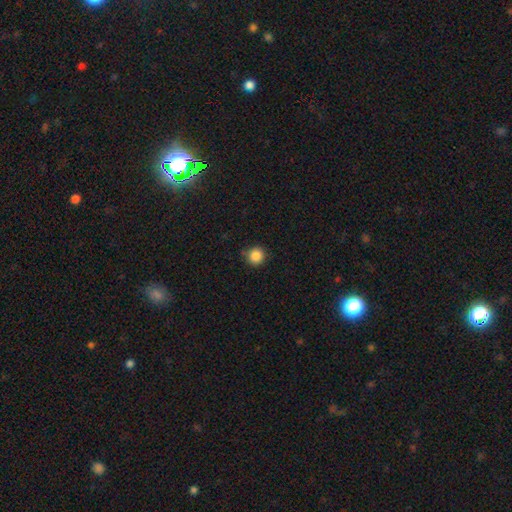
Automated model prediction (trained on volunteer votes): The model was most divided on "merging": none: 84%, minor disturbance: 12%, major disturbance: 2%, merger: 2%. More confident: how rounded — round (94%); smooth or featured — smooth (86%).